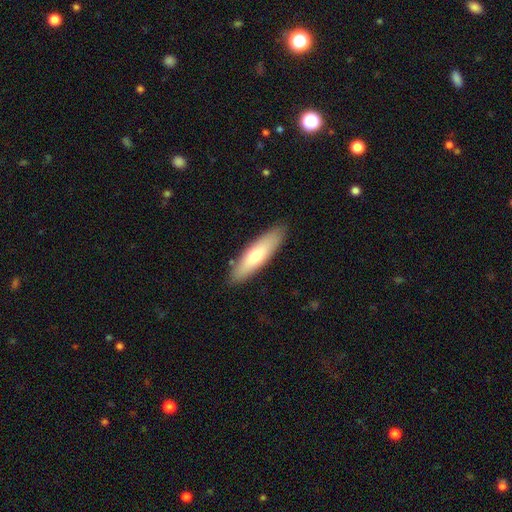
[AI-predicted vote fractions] Morphology: type=smooth (65%); roundness=cigar-shaped (63%); merging=none (88%).